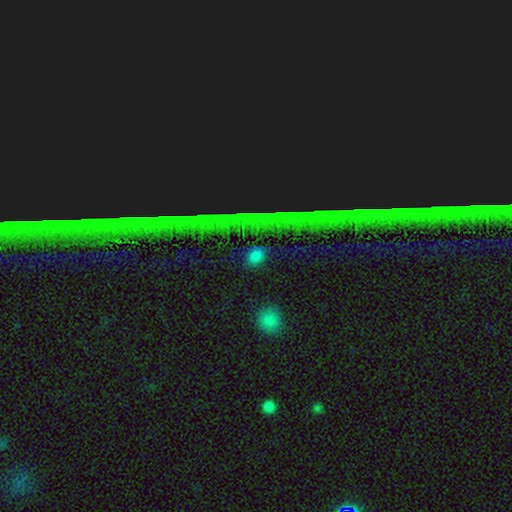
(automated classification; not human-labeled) The model was most divided on "smooth or featured": smooth: 66%, star or artifact: 26%, featured or disk: 8%. More confident: merging — none (79%); how rounded — round (69%).